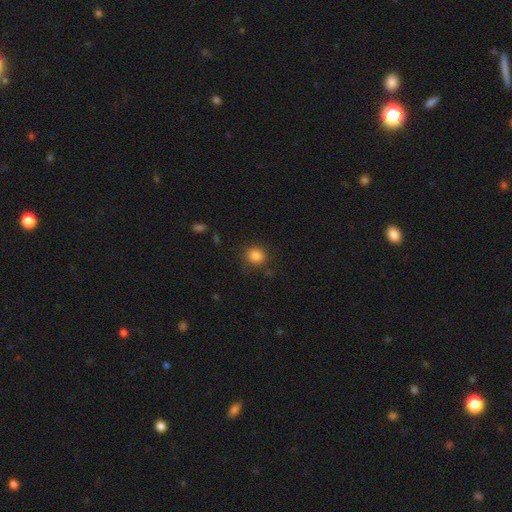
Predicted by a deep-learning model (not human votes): Q: Smooth or featured?
A: smooth (85%); runner-up: star or artifact (11%)
Q: How rounded?
A: round (84%); runner-up: in between (15%)
Q: Merging?
A: none (84%); runner-up: minor disturbance (11%)